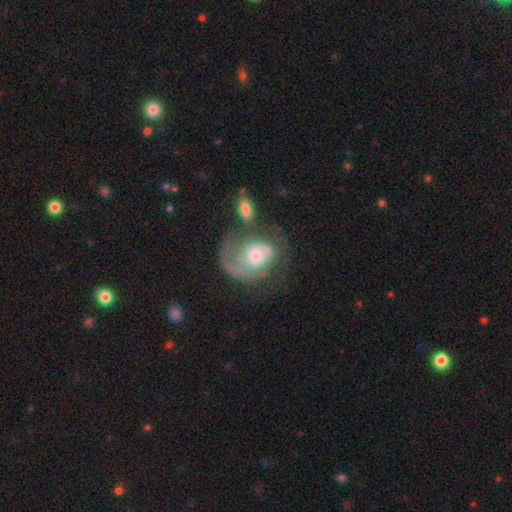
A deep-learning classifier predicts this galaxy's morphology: The model was most divided on "spiral winding": tight: 41%, medium: 38%, loose: 21%. Remaining: edge-on disk — no (97%); spiral arms — yes (86%); smooth or featured — featured or disk (74%); bar — no (71%); spiral arm count — 1 (51%); bulge size — moderate (50%); merging — none (38%).